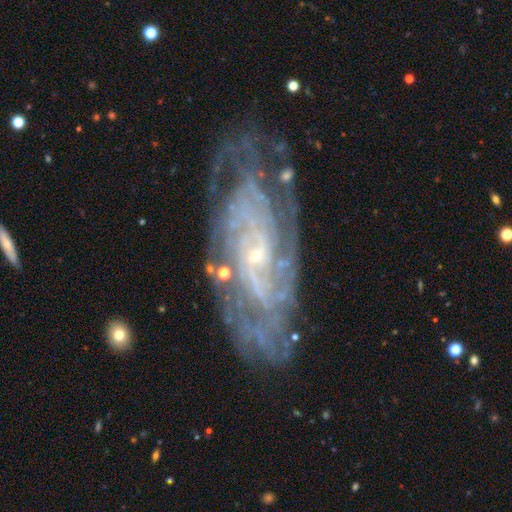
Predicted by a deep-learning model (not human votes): A featured or disk galaxy (87%) with no bar (61%), tight (70%) spiral arms (96%) and a small central bulge (84%). Merging: none (74%).